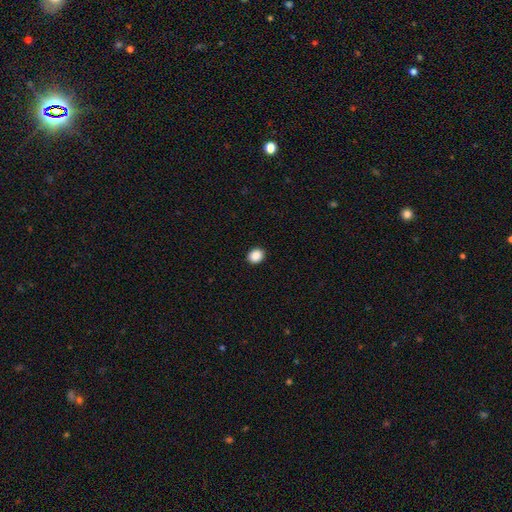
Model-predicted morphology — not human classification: Smooth or featured?
  - smooth: 89% *
  - star or artifact: 9%
  - featured or disk: 2%
How rounded?
  - round: 64% *
  - in between: 35%
  - cigar-shaped: 1%
Merging?
  - none: 92% *
  - minor disturbance: 5%
  - major disturbance: 2%
  - merger: 1%